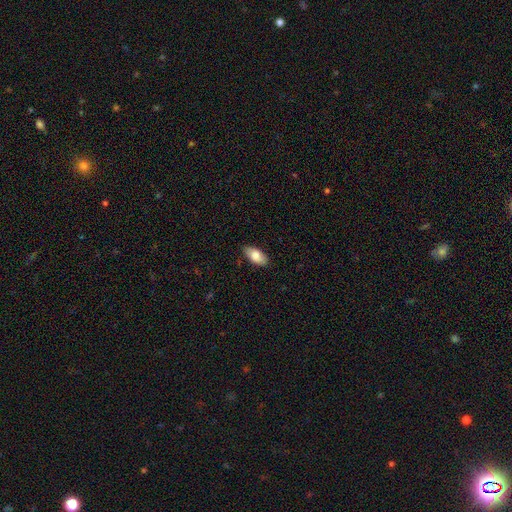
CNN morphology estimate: A smooth galaxy with no disk features (83%) that is in between round and cigar-shaped (91%).

Vote fractions:
- Smooth or featured? smooth: 83% / featured or disk: 11% / star or artifact: 6%
- How rounded? in between: 91% / cigar-shaped: 6% / round: 3%
- Merging? none: 84% / minor disturbance: 13% / major disturbance: 2% / merger: 1%